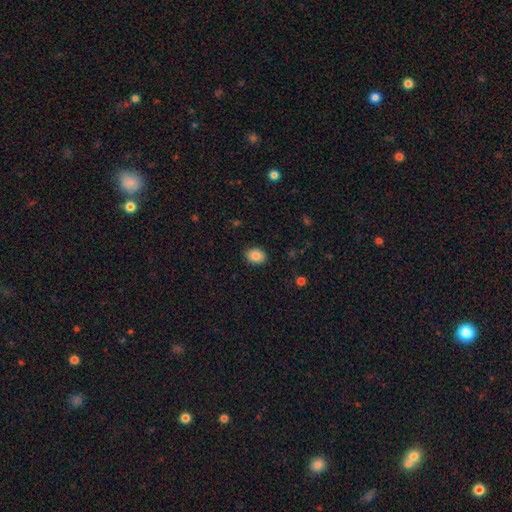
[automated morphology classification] The model was most divided on "how rounded": in between: 62%, round: 38%, cigar-shaped: 1%. More confident: merging — none (88%); smooth or featured — smooth (87%).